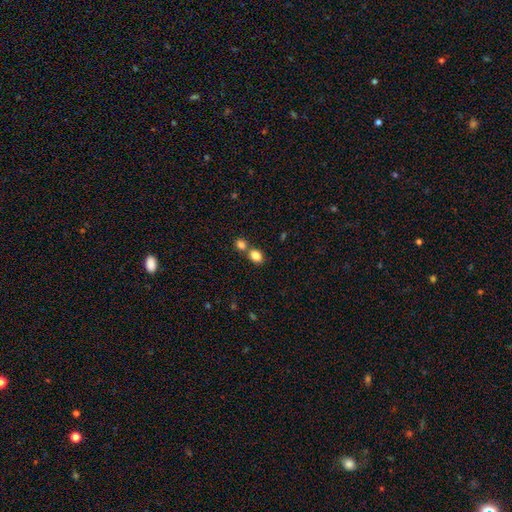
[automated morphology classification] A smooth galaxy with no disk features (83%) that is in between round and cigar-shaped (61%). Merging: none (52%).